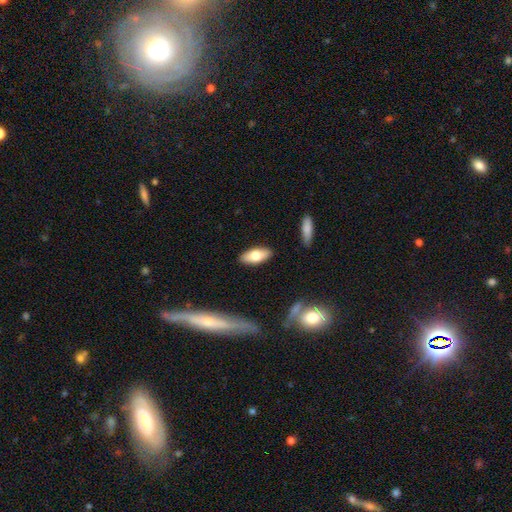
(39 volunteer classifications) smooth-or-featured: smooth: 62% | featured or disk: 38% | star or artifact: 0%
  how-rounded: in between: 83% | cigar-shaped: 17% | round: 0%
  merging: none: 95% | minor disturbance: 3% | major disturbance: 3% | merger: 0%